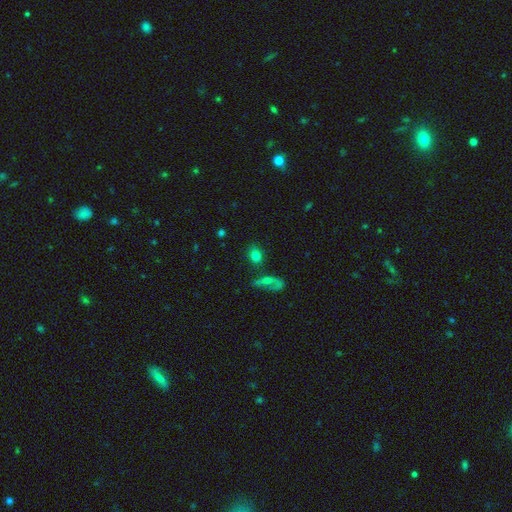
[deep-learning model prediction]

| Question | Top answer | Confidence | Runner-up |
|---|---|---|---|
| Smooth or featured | smooth | 74% | star or artifact (13%) |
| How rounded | in between | 50% | round (47%) |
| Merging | none | 67% | minor disturbance (15%) |